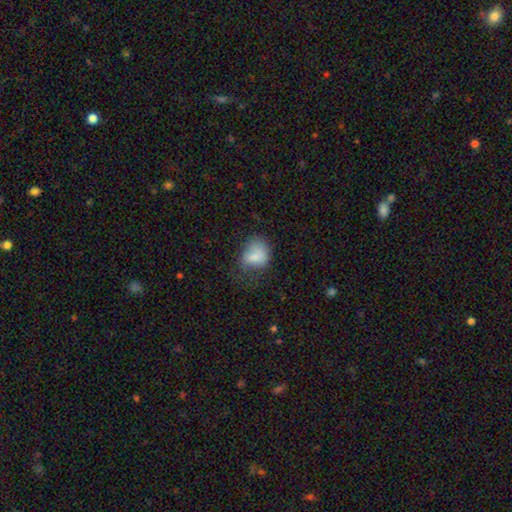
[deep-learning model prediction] smooth-or-featured: smooth: 77% | featured or disk: 13% | star or artifact: 10%
  how-rounded: in between: 56% | round: 43% | cigar-shaped: 1%
  merging: none: 41% | minor disturbance: 31% | major disturbance: 24% | merger: 3%